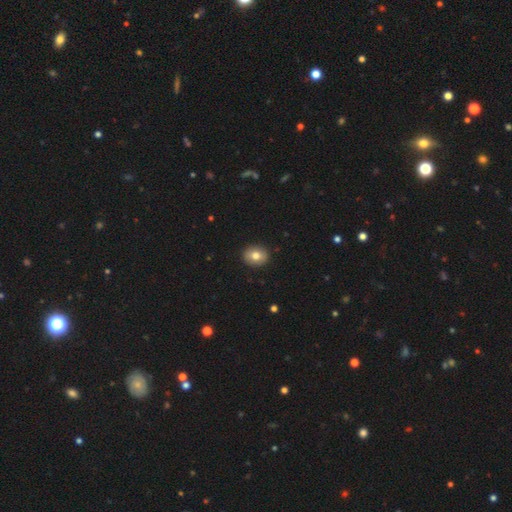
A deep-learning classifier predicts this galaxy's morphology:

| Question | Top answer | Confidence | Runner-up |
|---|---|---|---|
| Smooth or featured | smooth | 79% | featured or disk (13%) |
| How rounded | round | 61% | in between (38%) |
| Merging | none | 91% | minor disturbance (6%) |